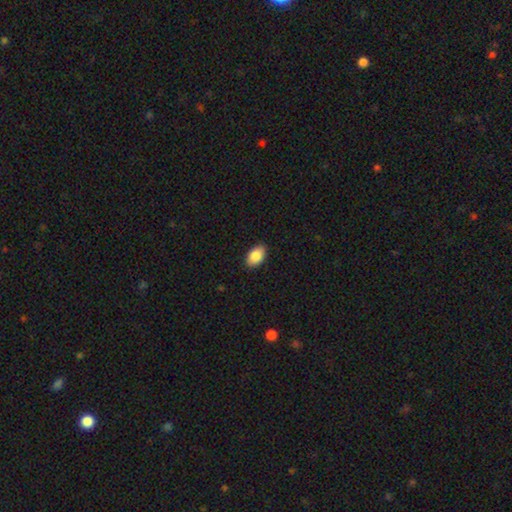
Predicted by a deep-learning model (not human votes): A smooth galaxy with no disk features (88%) that is in between round and cigar-shaped (91%). Merging: none (88%).